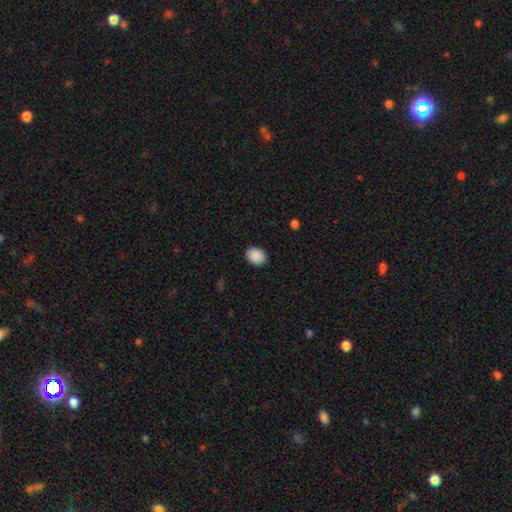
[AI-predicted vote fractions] smooth 90%, star or artifact 8%, featured or disk 3%. Down the decision tree: how rounded — in between (51%); merging — none (90%).